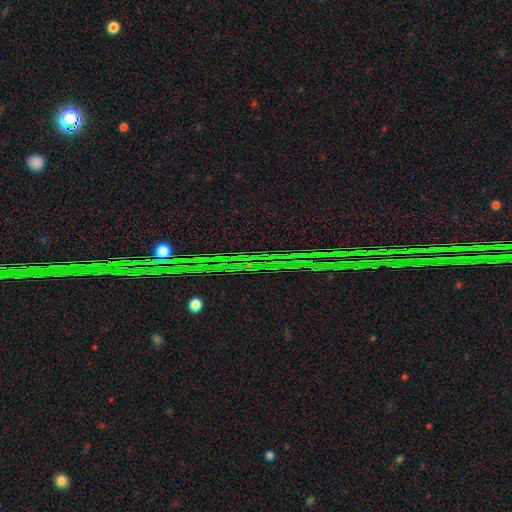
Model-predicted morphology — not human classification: A star or artifact, not a galaxy (84%).

Vote fractions:
- Smooth or featured? star or artifact: 84% / featured or disk: 9% / smooth: 7%